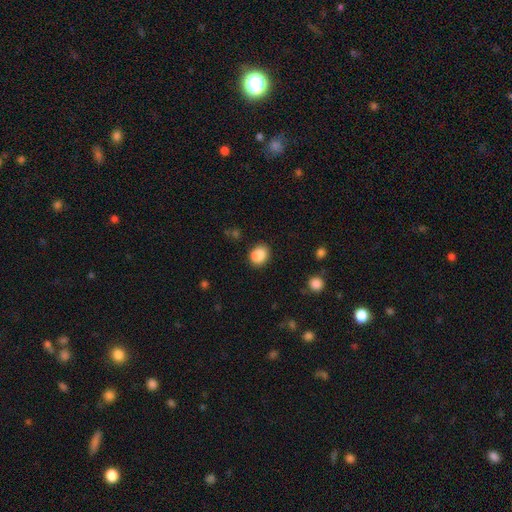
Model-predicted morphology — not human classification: A smooth galaxy with no disk features (88%) that is round (54%).

Vote fractions:
- Smooth or featured? smooth: 88% / star or artifact: 9% / featured or disk: 4%
- How rounded? round: 54% / in between: 45% / cigar-shaped: 1%
- Merging? none: 83% / minor disturbance: 12% / major disturbance: 3% / merger: 2%